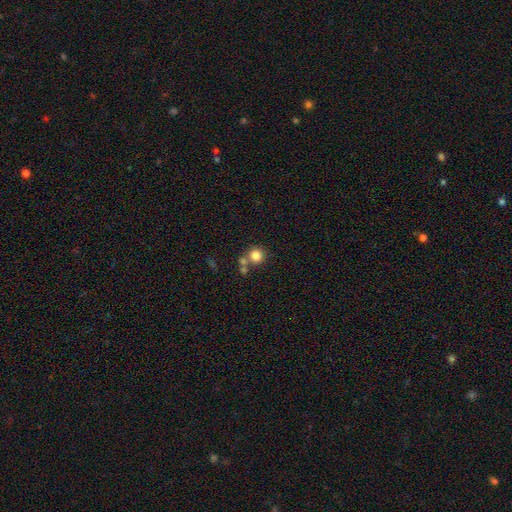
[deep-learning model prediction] Morphology: type=smooth (81%); roundness=round (92%); merging=none (61%).